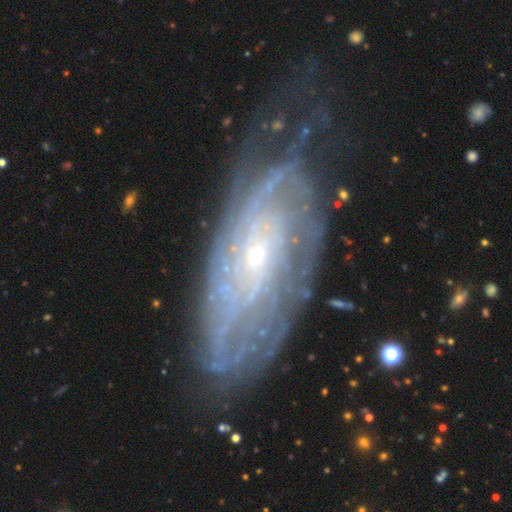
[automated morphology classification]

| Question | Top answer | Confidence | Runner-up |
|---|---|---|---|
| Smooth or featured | featured or disk | 82% | smooth (11%) |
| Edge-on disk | no | 90% | yes (10%) |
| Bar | no | 74% | weak (20%) |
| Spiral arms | yes | 92% | no (8%) |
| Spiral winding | tight | 73% | medium (21%) |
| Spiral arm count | can't tell | 50% | 2 (13%) |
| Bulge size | small | 82% | moderate (14%) |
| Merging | none | 64% | minor disturbance (23%) |